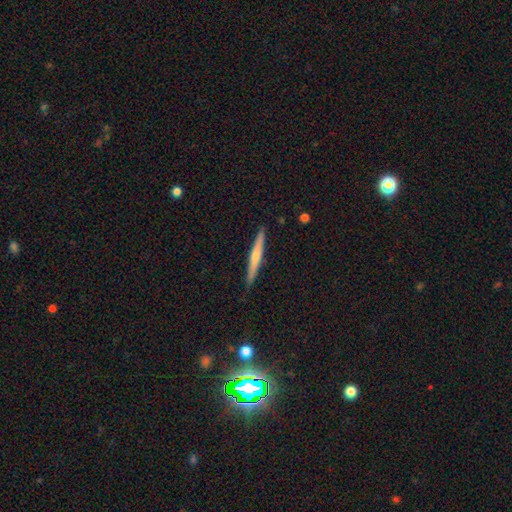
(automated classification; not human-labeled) smooth_or_featured: featured or disk (p=0.63) [alt: smooth p=0.27]
disk_edge_on: yes (p=0.97) [alt: no p=0.03]
edge_on_bulge: rounded (p=0.74) [alt: none p=0.19]
merging: none (p=0.91) [alt: minor disturbance p=0.07]